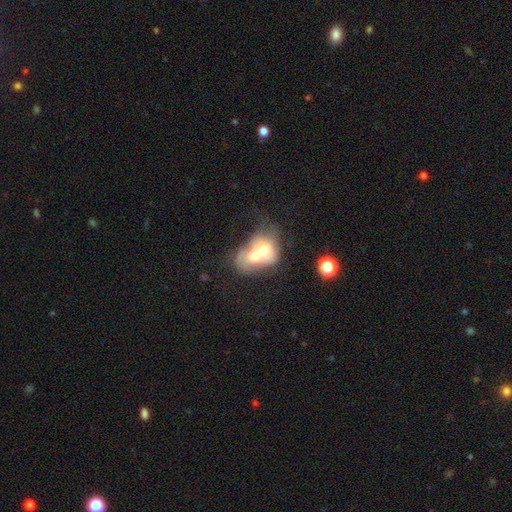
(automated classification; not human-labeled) smooth 57%, featured or disk 35%, star or artifact 8%. Down the decision tree: how rounded — in between (57%); merging — merger (79%).